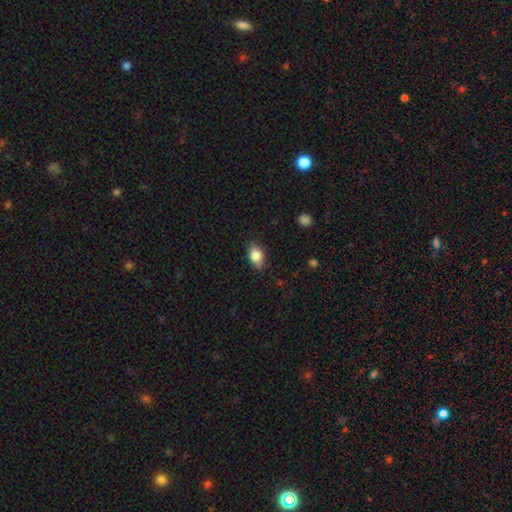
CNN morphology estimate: A smooth galaxy with no disk features (85%) that is in between round and cigar-shaped (83%).

Vote fractions:
- Smooth or featured? smooth: 85% / star or artifact: 8% / featured or disk: 7%
- How rounded? in between: 83% / round: 15% / cigar-shaped: 2%
- Merging? none: 82% / minor disturbance: 14% / major disturbance: 3% / merger: 1%